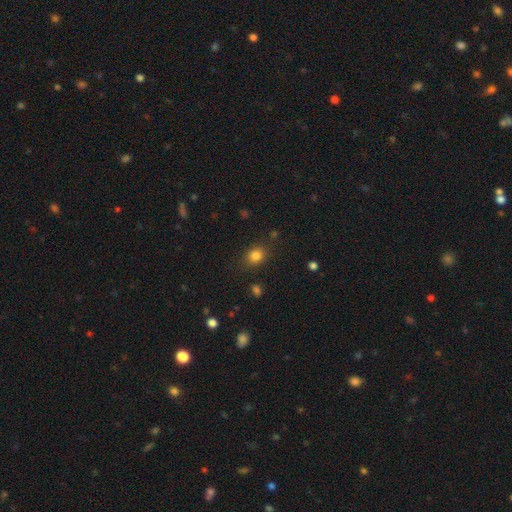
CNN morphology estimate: The model was most divided on "how rounded": round: 58%, in between: 41%, cigar-shaped: 1%. More confident: merging — none (83%); smooth or featured — smooth (83%).